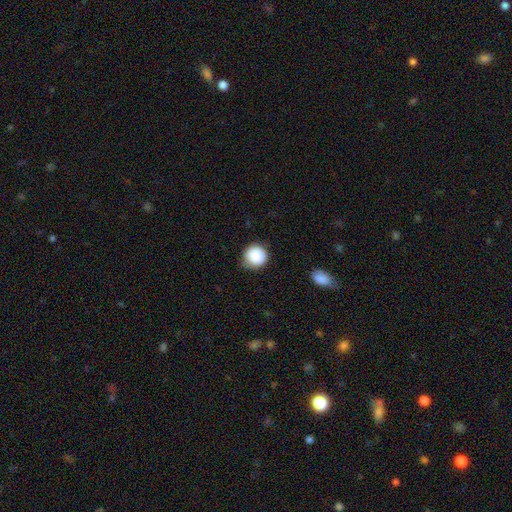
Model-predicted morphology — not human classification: The model was most divided on "merging": none: 79%, minor disturbance: 16%, major disturbance: 4%, merger: 2%. More confident: how rounded — round (94%); smooth or featured — smooth (88%).